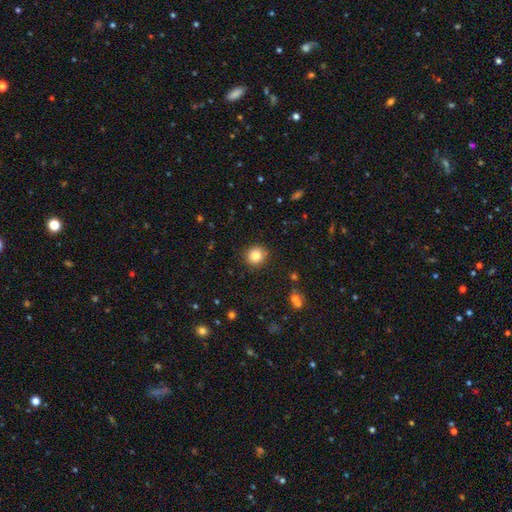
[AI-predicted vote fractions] smooth_or_featured: smooth (p=0.83) [alt: star or artifact p=0.11]
how_rounded: round (p=0.91) [alt: in between p=0.08]
merging: none (p=0.89) [alt: minor disturbance p=0.07]